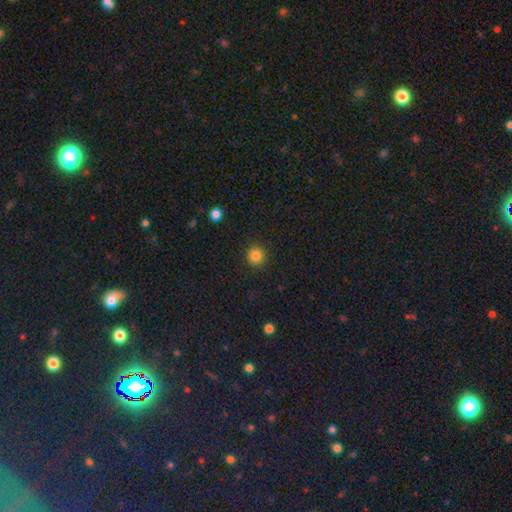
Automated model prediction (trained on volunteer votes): This appears to be a smooth galaxy with no disk features (84%) that is round (92%). Merging: none (91%).